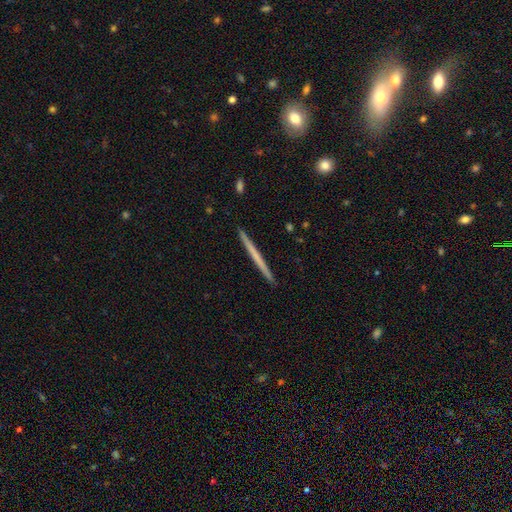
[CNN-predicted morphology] Overall: featured or disk (50%; smooth 44%). Edge-on disk: yes (98%). Merging: none (93%).